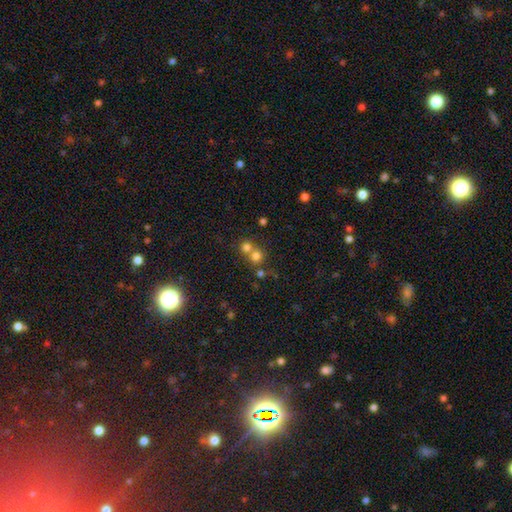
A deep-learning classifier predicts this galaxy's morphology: Q: Smooth or featured?
A: smooth (72%); runner-up: star or artifact (18%)
Q: How rounded?
A: round (88%); runner-up: in between (11%)
Q: Merging?
A: merger (49%); runner-up: none (44%)